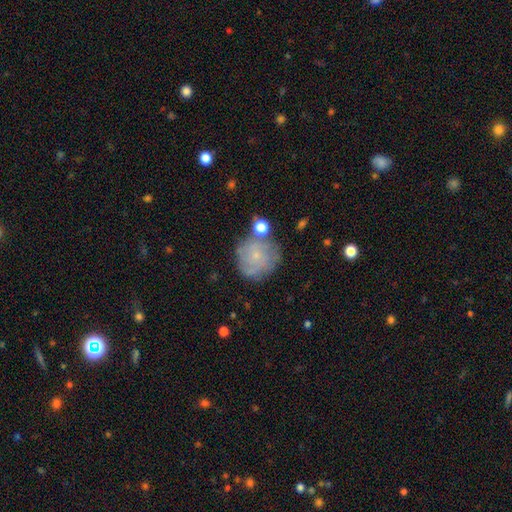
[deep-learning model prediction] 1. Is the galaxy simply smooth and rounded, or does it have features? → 49% smooth, 41% featured or disk, 10% star or artifact.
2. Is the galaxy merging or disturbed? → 62% none, 20% minor disturbance, 9% major disturbance, 8% merger.